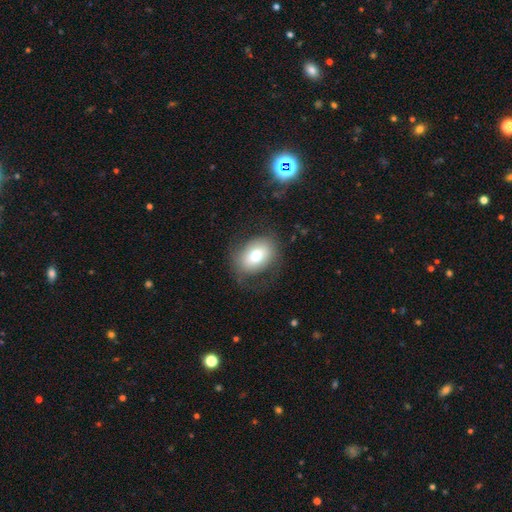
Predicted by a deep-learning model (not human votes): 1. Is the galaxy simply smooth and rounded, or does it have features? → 67% smooth, 24% featured or disk, 9% star or artifact.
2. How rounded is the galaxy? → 67% in between, 32% round, 1% cigar-shaped.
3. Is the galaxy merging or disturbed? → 67% none, 18% minor disturbance, 14% major disturbance, 1% merger.